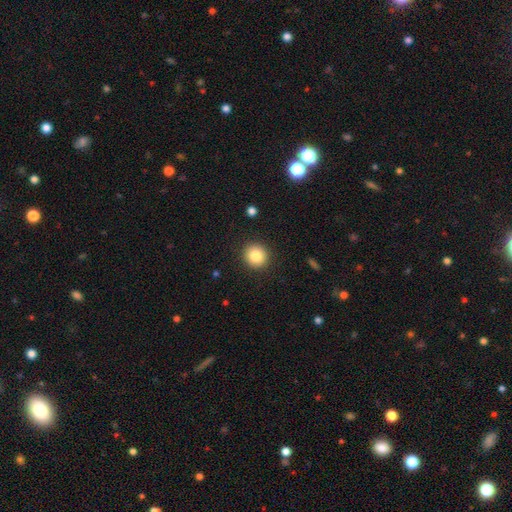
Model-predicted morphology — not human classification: Smooth or featured? Predicted: smooth (p=0.85). How rounded? Predicted: round (p=0.91). Merging? Predicted: none (p=0.91).